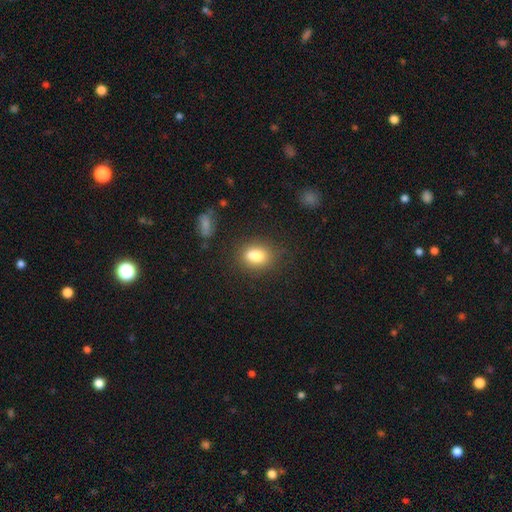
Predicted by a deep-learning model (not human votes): smooth-or-featured: smooth: 80% | star or artifact: 10% | featured or disk: 10%
  how-rounded: in between: 65% | round: 33% | cigar-shaped: 2%
  merging: none: 62% | minor disturbance: 18% | merger: 14% | major disturbance: 5%